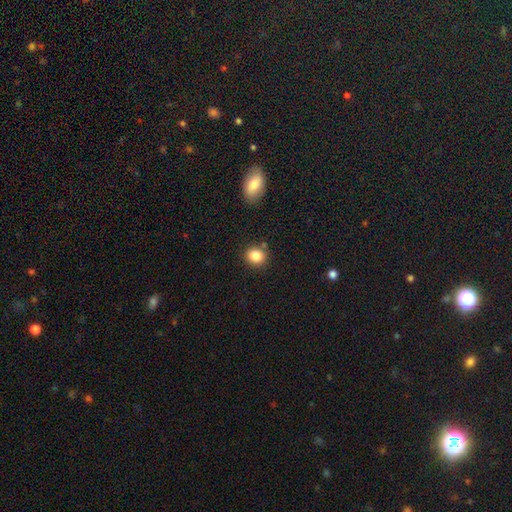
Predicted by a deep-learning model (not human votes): smooth-or-featured: smooth: 85% | star or artifact: 10% | featured or disk: 5%
  how-rounded: round: 76% | in between: 23% | cigar-shaped: 1%
  merging: none: 81% | minor disturbance: 10% | merger: 6% | major disturbance: 3%